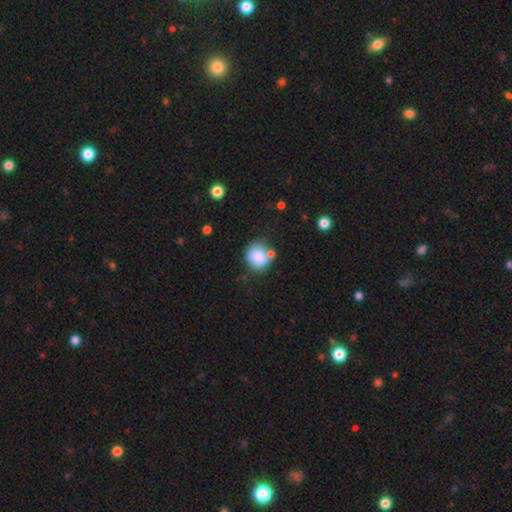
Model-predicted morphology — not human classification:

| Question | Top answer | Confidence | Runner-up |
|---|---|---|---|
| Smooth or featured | smooth | 83% | star or artifact (9%) |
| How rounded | round | 75% | in between (24%) |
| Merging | none | 61% | merger (18%) |